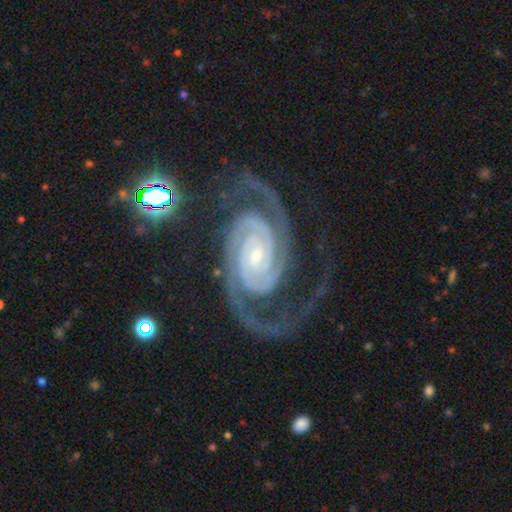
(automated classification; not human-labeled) Smooth or featured? Predicted: featured or disk (p=0.94). Edge-on disk? Predicted: no (p=0.98). Bar? Predicted: no (p=0.56). Spiral arms? Predicted: yes (p=0.99). Spiral winding? Predicted: tight (p=0.69). Spiral arm count? Predicted: 2 (p=0.83). Bulge size? Predicted: small (p=0.68). Merging? Predicted: none (p=0.68).